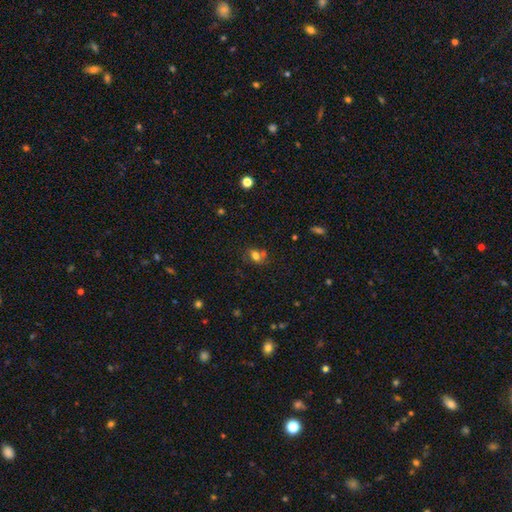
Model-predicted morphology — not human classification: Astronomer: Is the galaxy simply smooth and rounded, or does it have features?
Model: smooth — 69%.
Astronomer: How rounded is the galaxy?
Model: in between — 66%.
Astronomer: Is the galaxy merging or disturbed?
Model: none — 50% (runner-up: merger, 26%).